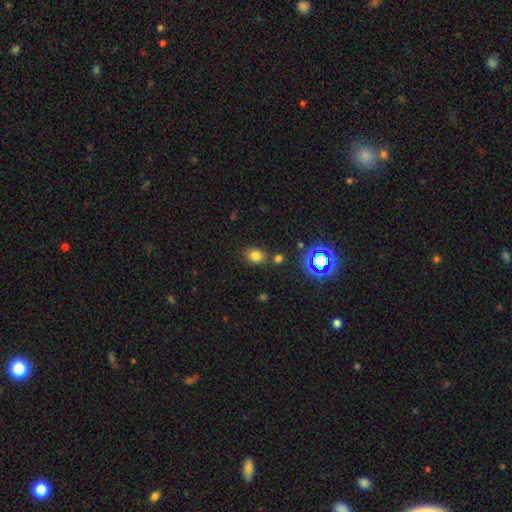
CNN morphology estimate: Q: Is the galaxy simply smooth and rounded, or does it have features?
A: smooth — 73%.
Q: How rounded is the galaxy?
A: in between — 56%.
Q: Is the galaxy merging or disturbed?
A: none — 76%.